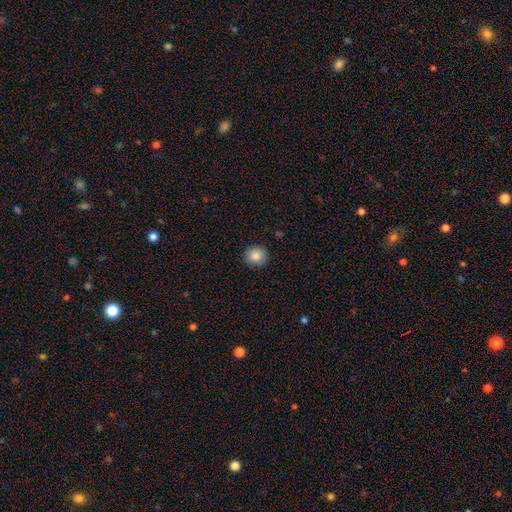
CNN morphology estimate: Overall: smooth (87%). How rounded: round (89%). Merging: none (89%).